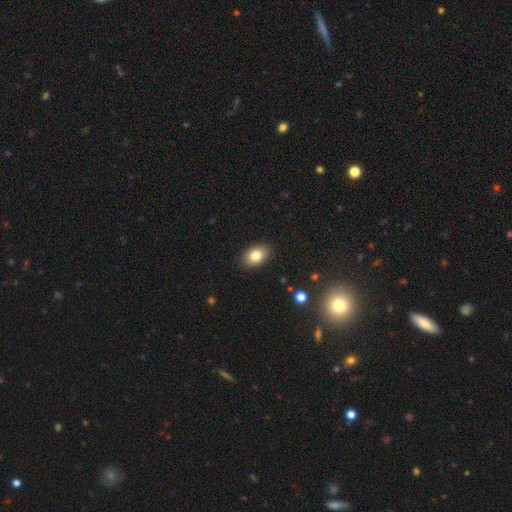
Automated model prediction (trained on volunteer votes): smooth 82%, featured or disk 9%, star or artifact 9%. Down the decision tree: how rounded — in between (79%); merging — none (89%).